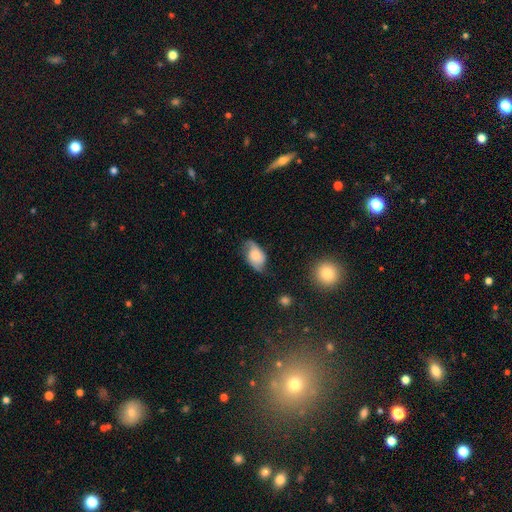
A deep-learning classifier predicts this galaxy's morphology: Smooth or featured? smooth (51%)
How rounded? in between (88%)
Merging? none (57%)